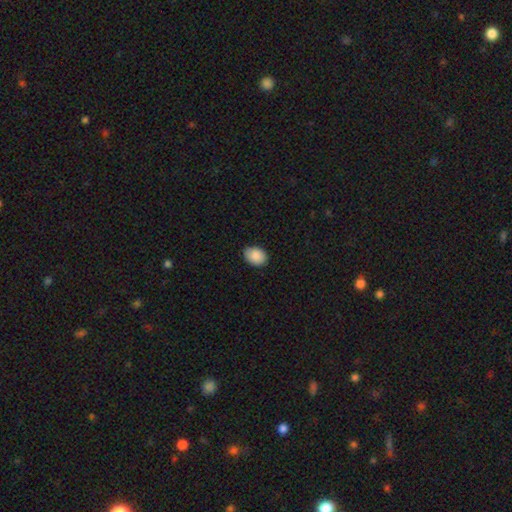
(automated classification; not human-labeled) Smooth or featured? smooth (89%)
How rounded? in between (75%)
Merging? none (85%)